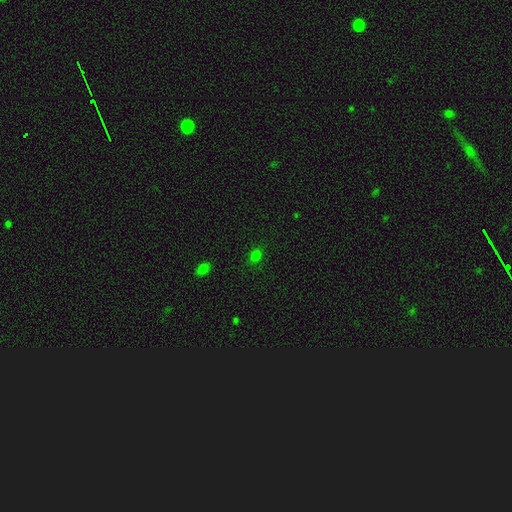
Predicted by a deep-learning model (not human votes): Smooth or featured? smooth (74%)
How rounded? round (55%)
Merging? none (84%)